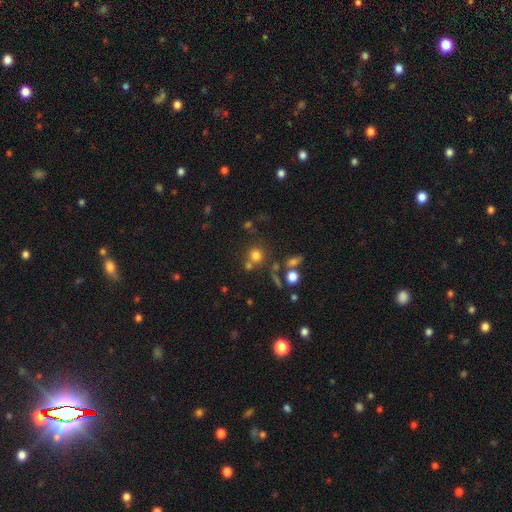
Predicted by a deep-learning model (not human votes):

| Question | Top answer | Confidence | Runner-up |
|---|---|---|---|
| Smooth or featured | smooth | 73% | star or artifact (18%) |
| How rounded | round | 87% | in between (11%) |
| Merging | none | 62% | merger (23%) |